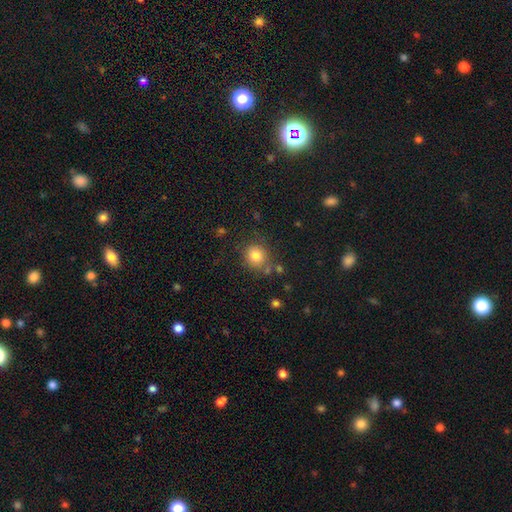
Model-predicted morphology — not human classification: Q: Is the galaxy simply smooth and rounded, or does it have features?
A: smooth — 80%.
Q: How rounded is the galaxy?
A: round — 86%.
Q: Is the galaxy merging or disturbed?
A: none — 77%.